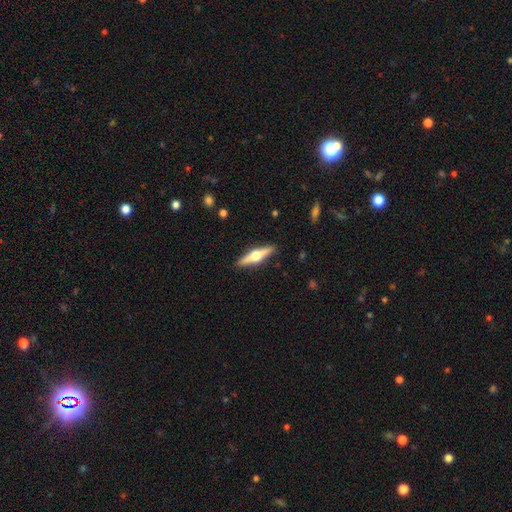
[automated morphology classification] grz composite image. It shows a featured or disk galaxy (70%) viewed edge-on (97%) with a rounded central bulge (96%). Merging: none (90%).